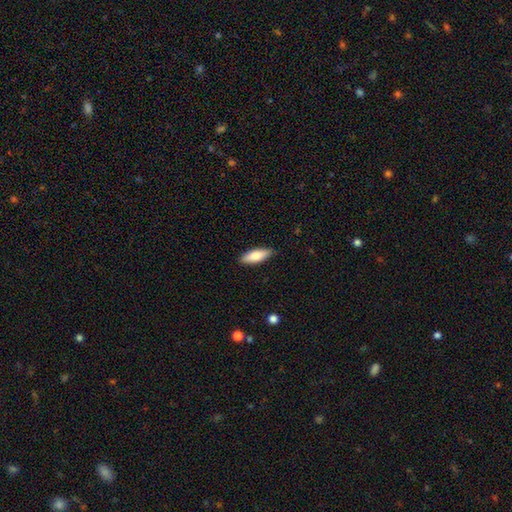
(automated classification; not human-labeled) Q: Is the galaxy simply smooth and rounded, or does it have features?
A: smooth — 80%.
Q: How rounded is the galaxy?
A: in between — 64%.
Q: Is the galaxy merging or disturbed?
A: none — 87%.